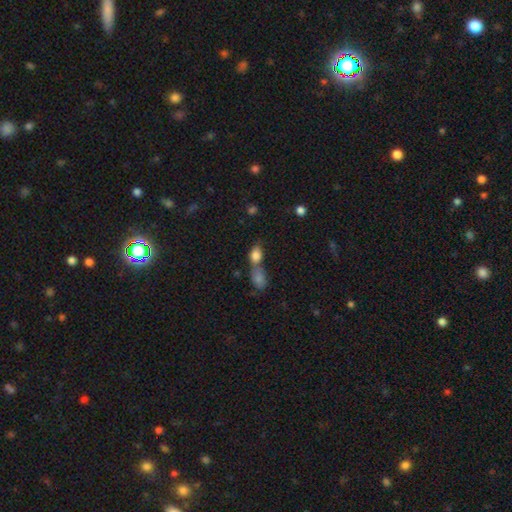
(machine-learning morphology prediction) Overall: smooth (81%). How rounded: in between (78%). Merging: merger (53%; none 33%).